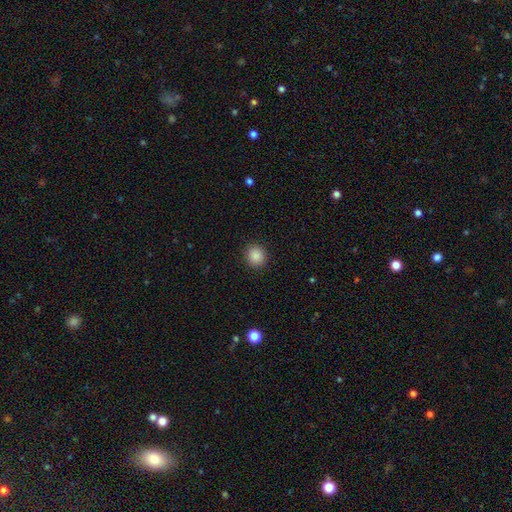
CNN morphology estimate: A smooth galaxy with no disk features (88%) that is round (81%).

Vote fractions:
- Smooth or featured? smooth: 88% / star or artifact: 9% / featured or disk: 3%
- How rounded? round: 81% / in between: 18% / cigar-shaped: 1%
- Merging? none: 91% / minor disturbance: 6% / major disturbance: 2% / merger: 1%